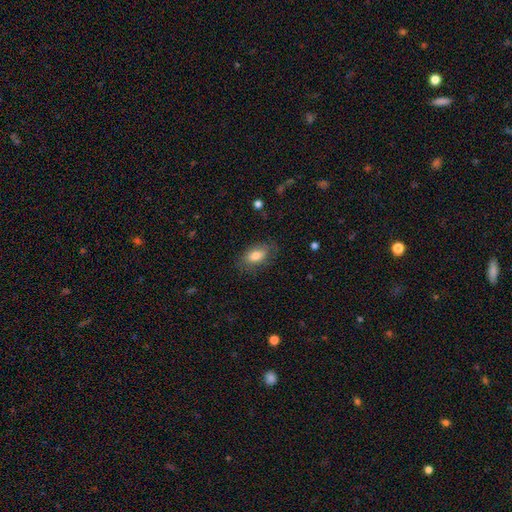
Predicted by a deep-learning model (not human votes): Smooth or featured? Predicted: smooth (p=0.79). How rounded? Predicted: in between (p=0.89). Merging? Predicted: none (p=0.75).